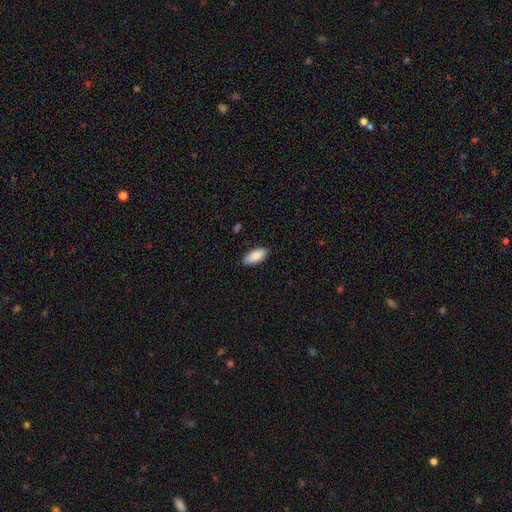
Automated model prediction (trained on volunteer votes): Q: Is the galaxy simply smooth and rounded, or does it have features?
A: smooth — 89%.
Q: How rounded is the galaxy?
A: in between — 88%.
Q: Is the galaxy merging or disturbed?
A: none — 86%.